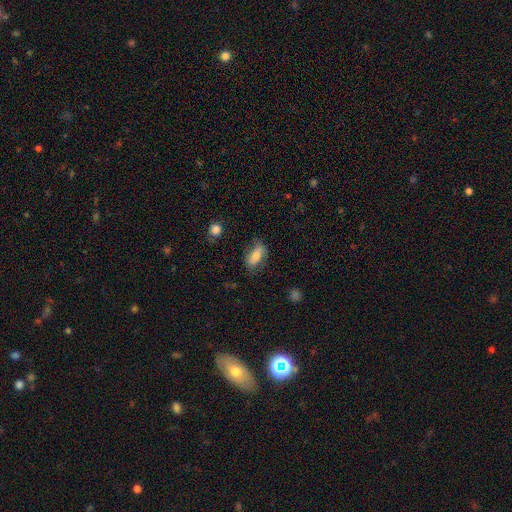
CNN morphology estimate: Overall: smooth (71%). How rounded: in between (83%). Merging: none (68%).